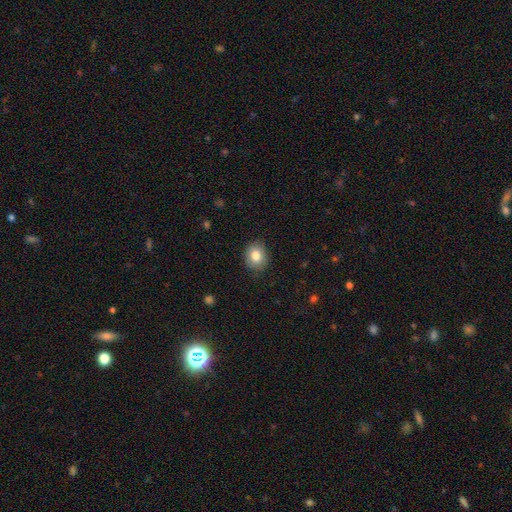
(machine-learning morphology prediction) smooth-or-featured: smooth: 83% | star or artifact: 9% | featured or disk: 8%
  how-rounded: round: 63% | in between: 36% | cigar-shaped: 1%
  merging: none: 87% | minor disturbance: 10% | major disturbance: 2% | merger: 1%